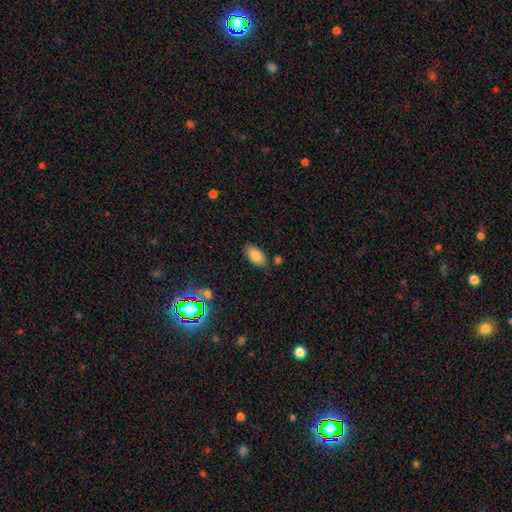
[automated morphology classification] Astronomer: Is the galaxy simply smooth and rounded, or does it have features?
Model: smooth — 85%.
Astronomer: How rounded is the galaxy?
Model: in between — 94%.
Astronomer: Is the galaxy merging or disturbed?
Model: none — 80%.